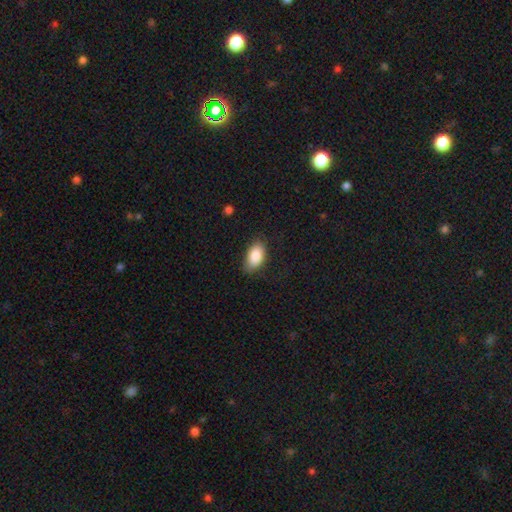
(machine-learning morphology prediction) Smooth or featured? smooth (87%)
How rounded? in between (93%)
Merging? none (79%)